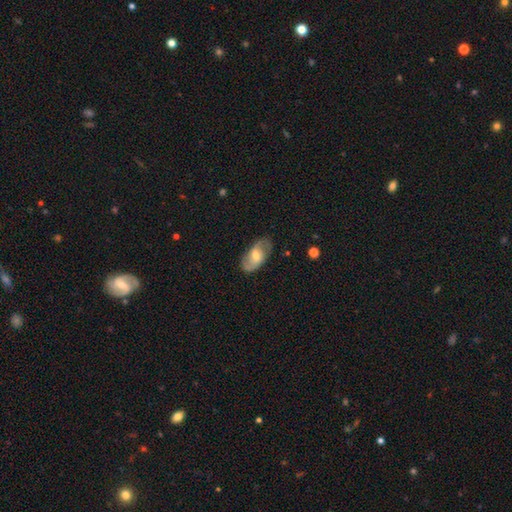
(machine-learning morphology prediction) A featured or disk galaxy (62%) with a weak bar (52%), spiral arms (82%) and a moderate central bulge (59%). Merging: none (76%).